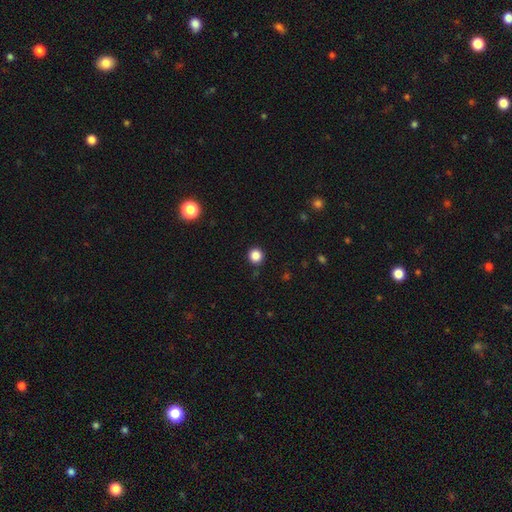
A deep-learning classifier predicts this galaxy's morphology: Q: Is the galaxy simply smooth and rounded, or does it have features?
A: smooth — 85%.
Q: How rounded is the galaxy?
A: round — 94%.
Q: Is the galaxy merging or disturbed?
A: none — 91%.